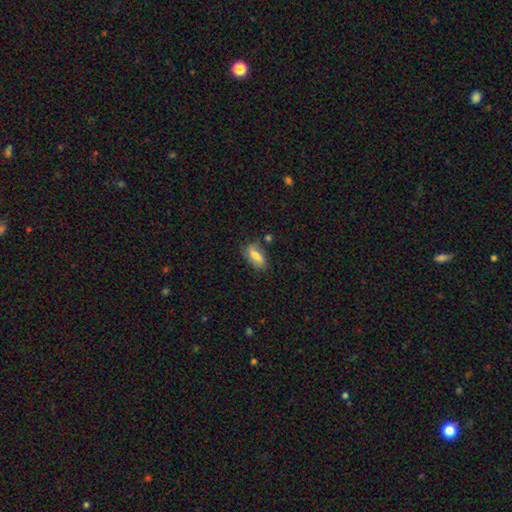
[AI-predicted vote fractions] smooth 67%, featured or disk 25%, star or artifact 8%. Down the decision tree: how rounded — in between (76%); merging — none (68%).